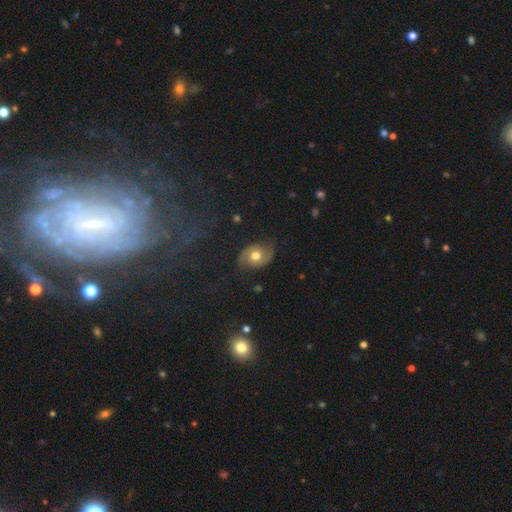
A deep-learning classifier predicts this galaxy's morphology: Q: Smooth or featured?
A: featured or disk (49%); runner-up: smooth (42%)
Q: Merging?
A: none (76%); runner-up: minor disturbance (17%)